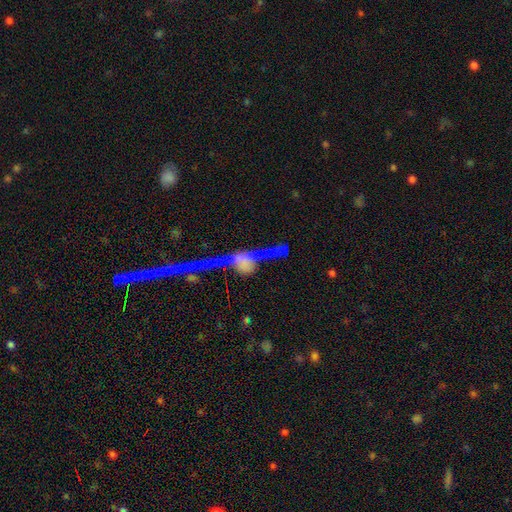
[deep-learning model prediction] Smooth or featured: star or artifact — 46% (featured or disk — 35%)